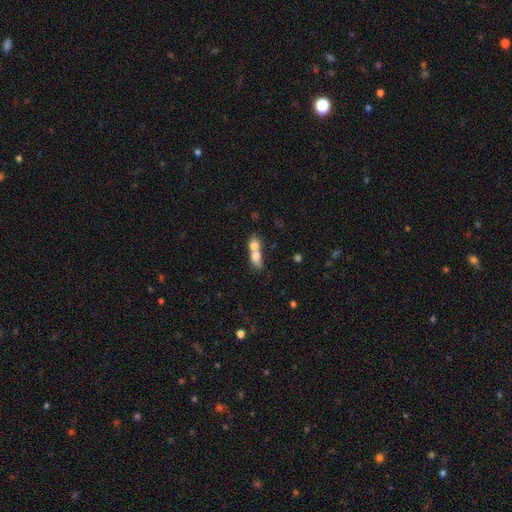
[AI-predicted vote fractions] This is likely a smooth galaxy (70%). How rounded: possibly in between (56%). Merging: likely merger (74%).